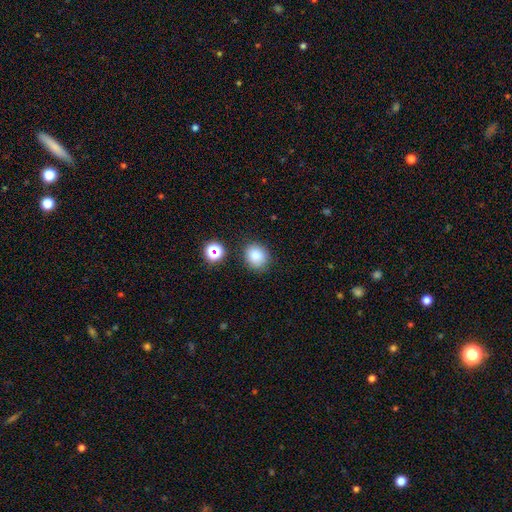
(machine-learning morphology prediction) smooth-or-featured: smooth: 82% | star or artifact: 12% | featured or disk: 6%
  how-rounded: round: 73% | in between: 26% | cigar-shaped: 1%
  merging: none: 82% | minor disturbance: 11% | merger: 4% | major disturbance: 3%